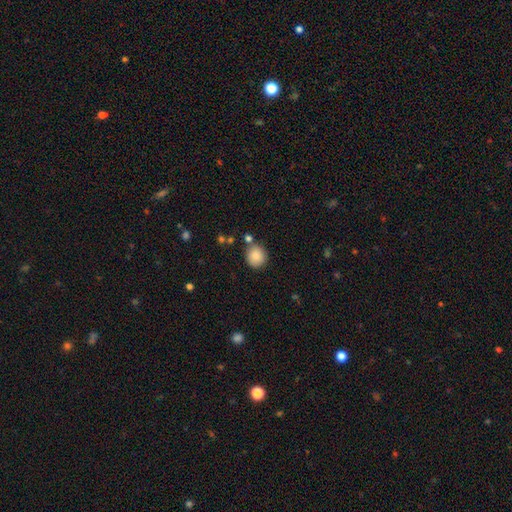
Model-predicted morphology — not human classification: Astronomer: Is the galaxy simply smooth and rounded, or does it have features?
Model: smooth — 87%.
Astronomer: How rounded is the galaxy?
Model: round — 88%.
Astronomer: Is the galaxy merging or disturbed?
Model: none — 79%.